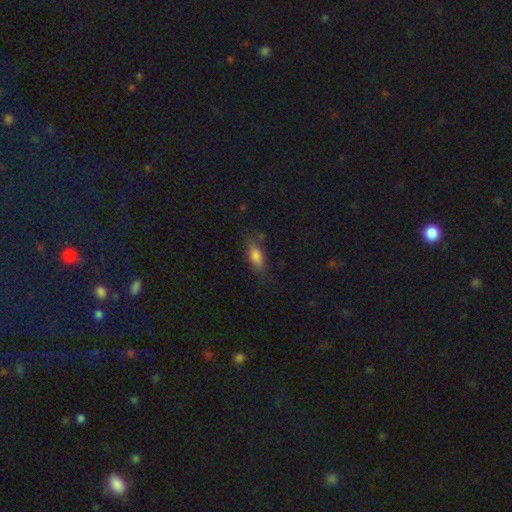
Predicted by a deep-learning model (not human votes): smooth 76%, featured or disk 14%, star or artifact 9%. Down the decision tree: how rounded — in between (76%); merging — none (73%).